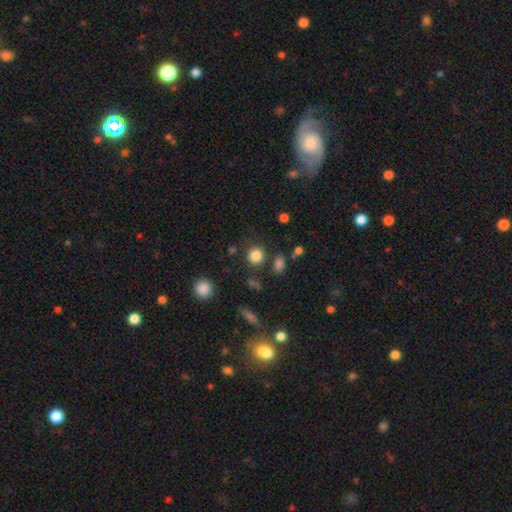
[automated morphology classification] The model was most divided on "smooth or featured": smooth: 83%, star or artifact: 13%, featured or disk: 5%. More confident: how rounded — round (87%); merging — none (81%).